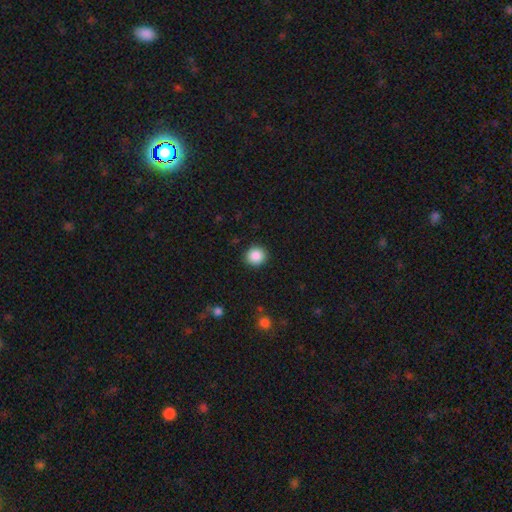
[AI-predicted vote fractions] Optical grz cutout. It shows a smooth galaxy with no disk features (87%) that is round (92%). Merging: none (91%).